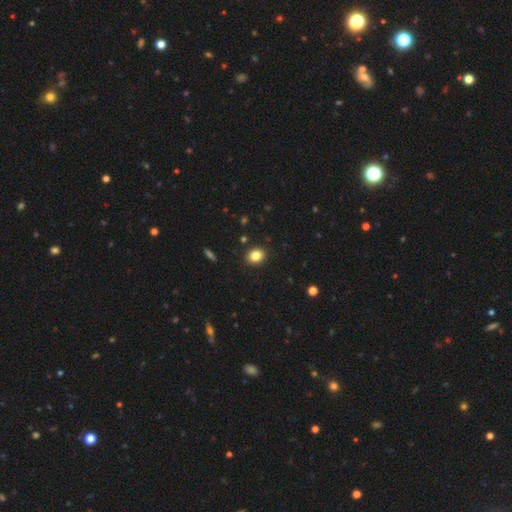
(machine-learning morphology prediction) smooth 83%, star or artifact 10%, featured or disk 7%. Down the decision tree: how rounded — round (55%); merging — none (90%).